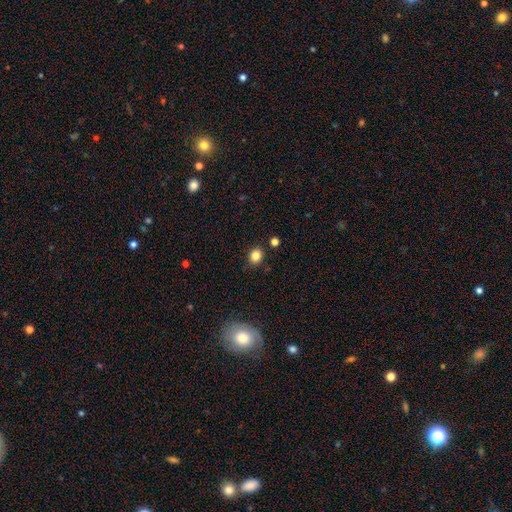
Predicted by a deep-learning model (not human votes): This appears to be a smooth galaxy with no disk features (83%) that is round (66%). Merging: none (84%).